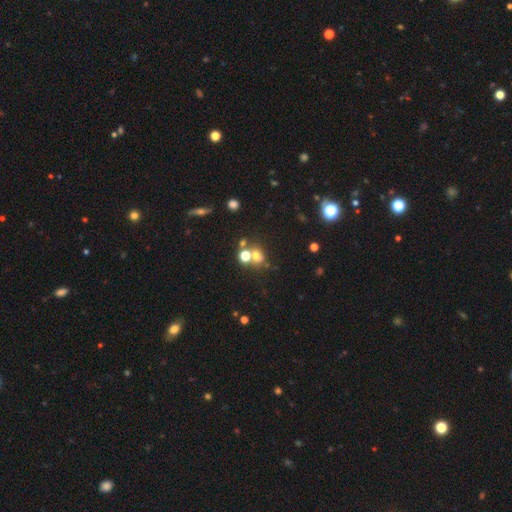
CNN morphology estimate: Smooth or featured: smooth — 59% (star or artifact — 26%)
How rounded: round — 68% (in between — 31%)
Merging: none — 50% (merger — 34%)